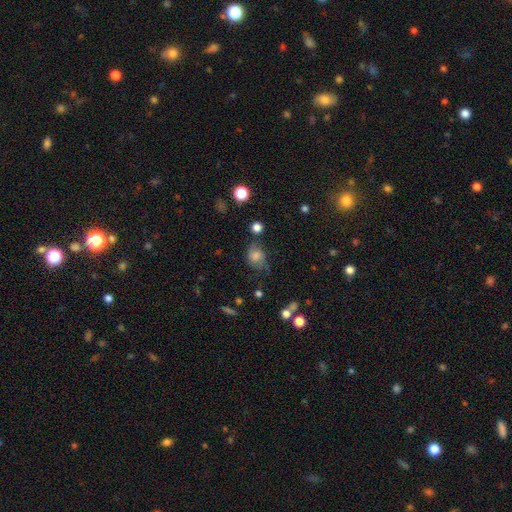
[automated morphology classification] type=smooth (65%); roundness=round (53%); merging=none (55%).